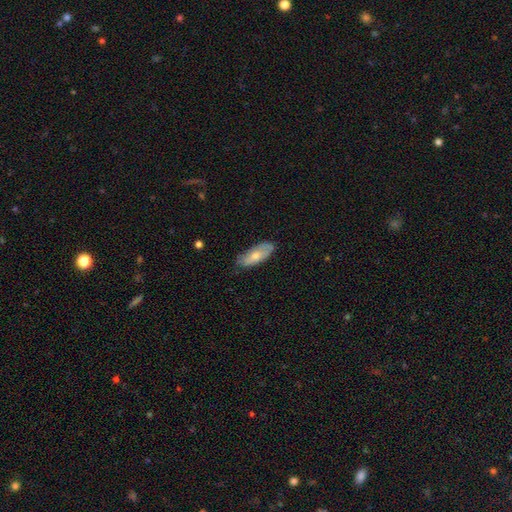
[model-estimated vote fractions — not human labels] Morphology: type=smooth (64%); roundness=in between (81%); merging=none (69%).